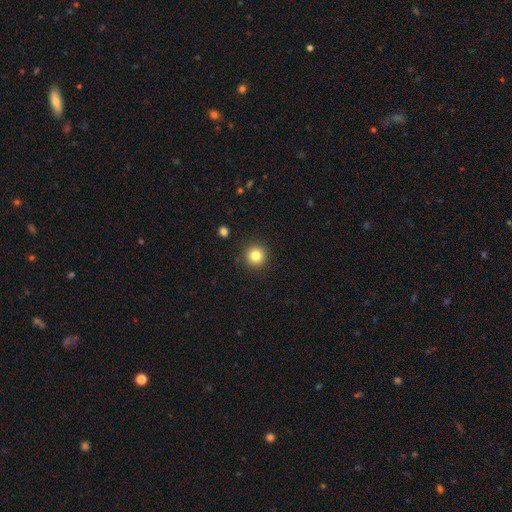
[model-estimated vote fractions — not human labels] Overall: smooth (83%). How rounded: round (95%). Merging: none (91%).